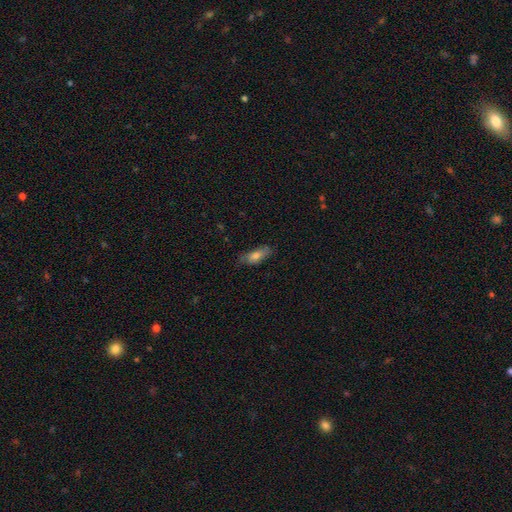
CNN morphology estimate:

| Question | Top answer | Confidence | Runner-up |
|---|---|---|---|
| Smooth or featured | smooth | 70% | featured or disk (22%) |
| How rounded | in between | 67% | cigar-shaped (30%) |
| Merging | none | 69% | minor disturbance (23%) |